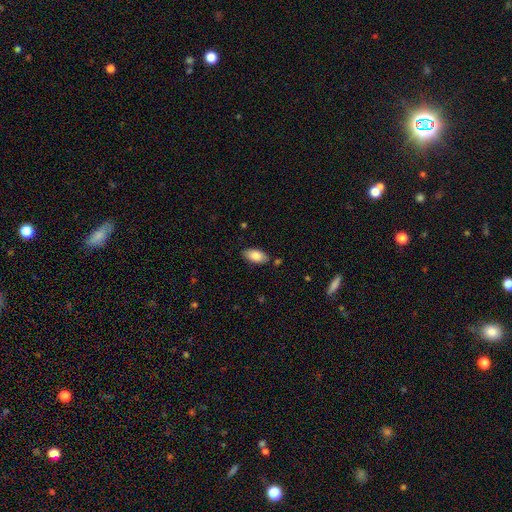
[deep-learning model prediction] Smooth or featured?
  - smooth: 86% *
  - featured or disk: 8%
  - star or artifact: 6%
How rounded?
  - in between: 93% *
  - cigar-shaped: 5%
  - round: 2%
Merging?
  - none: 82% *
  - minor disturbance: 13%
  - merger: 3%
  - major disturbance: 3%